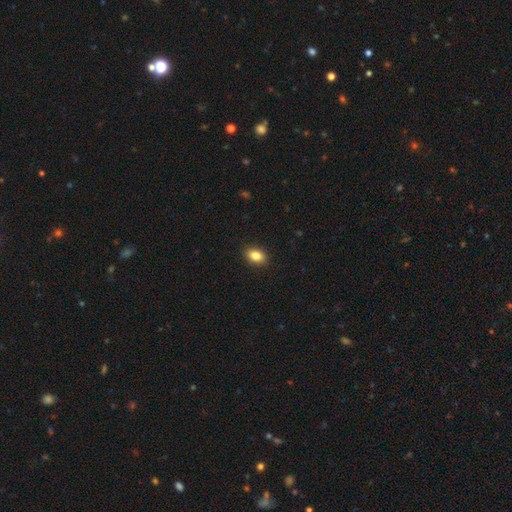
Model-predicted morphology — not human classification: type=smooth (85%); roundness=in between (84%); merging=none (90%).